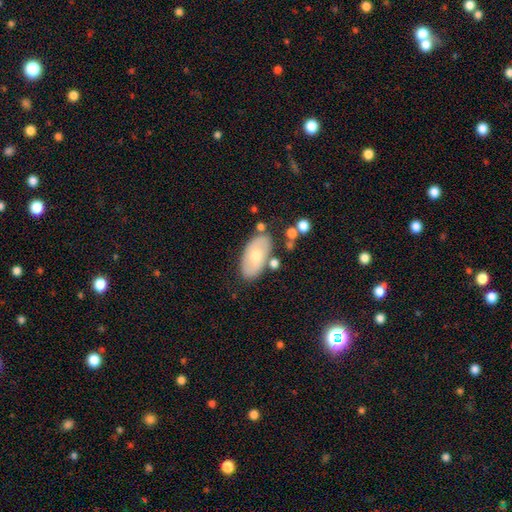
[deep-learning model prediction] This is possibly a smooth galaxy (58%). How rounded: clearly in between (94%). Merging: likely none (73%).